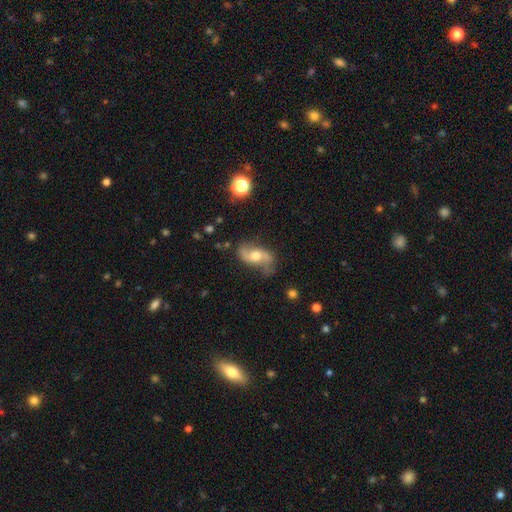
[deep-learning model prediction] featured or disk 77%, smooth 15%, star or artifact 7%. Down the decision tree: edge-on disk — no (94%); bar — no (58%); spiral arms — yes (93%); spiral arm count — 2 (92%); spiral winding — loose (78%); bulge size — moderate (67%); merging — none (70%).